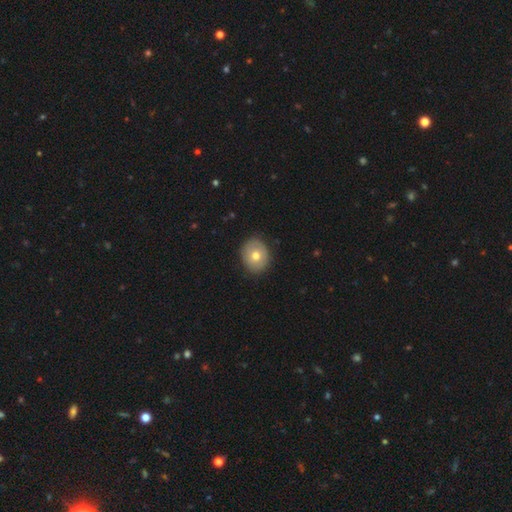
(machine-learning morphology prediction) Overall: smooth (70%). How rounded: round (68%; in between 31%). Merging: none (85%).